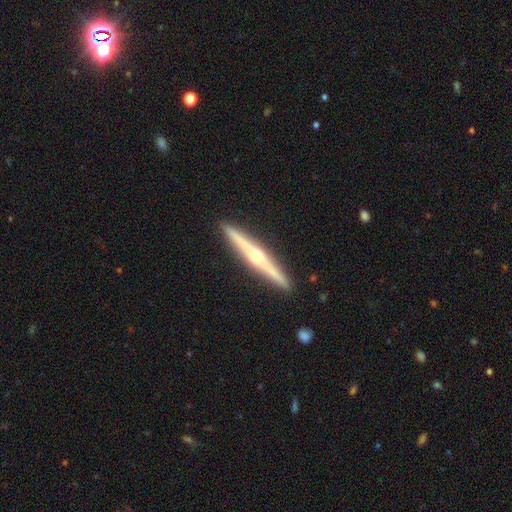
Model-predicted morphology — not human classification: This appears to be a featured or disk galaxy (75%) viewed edge-on (98%) with a rounded central bulge (87%). Merging: none (92%).